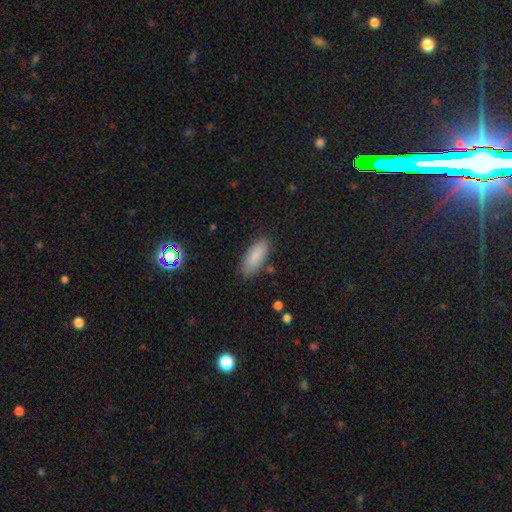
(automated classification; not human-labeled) Smooth or featured? Predicted: smooth (p=0.86). How rounded? Predicted: in between (p=0.78). Merging? Predicted: none (p=0.83).